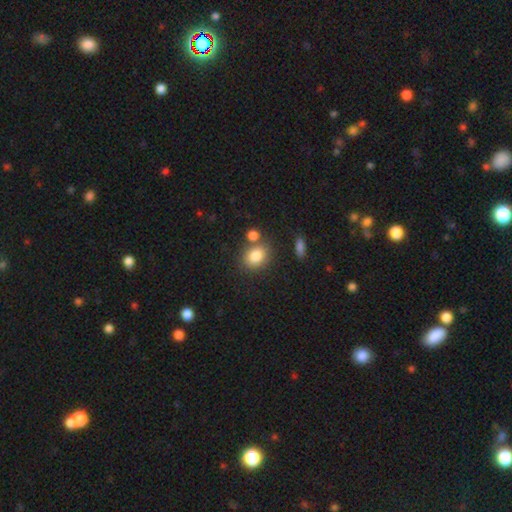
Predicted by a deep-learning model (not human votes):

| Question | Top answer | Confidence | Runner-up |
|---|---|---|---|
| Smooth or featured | smooth | 83% | star or artifact (9%) |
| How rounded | in between | 53% | round (46%) |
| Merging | none | 66% | merger (18%) |